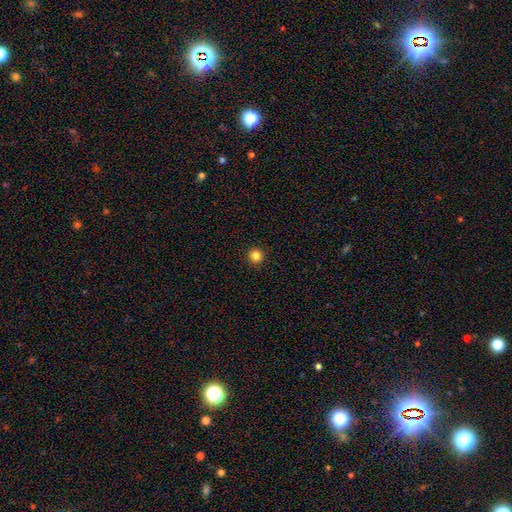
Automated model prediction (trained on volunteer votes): A smooth galaxy with no disk features (84%) that is round (96%).

Vote fractions:
- Smooth or featured? smooth: 84% / star or artifact: 12% / featured or disk: 4%
- How rounded? round: 96% / in between: 3% / cigar-shaped: 1%
- Merging? none: 94% / minor disturbance: 4% / major disturbance: 1% / merger: 1%